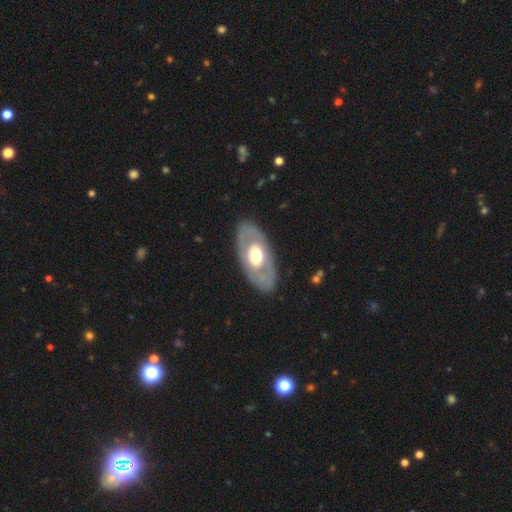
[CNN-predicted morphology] Smooth or featured?
  - featured or disk: 58% *
  - smooth: 37%
  - star or artifact: 5%
Edge-on disk?
  - no: 88% *
  - yes: 12%
Bar?
  - no: 80% *
  - weak: 14%
  - strong: 6%
Spiral arms?
  - no: 82% *
  - yes: 18%
Bulge size?
  - moderate: 57% *
  - large: 34%
  - small: 6%
  - dominant: 2%
  - none: 1%
Merging?
  - none: 83% *
  - minor disturbance: 11%
  - major disturbance: 5%
  - merger: 1%